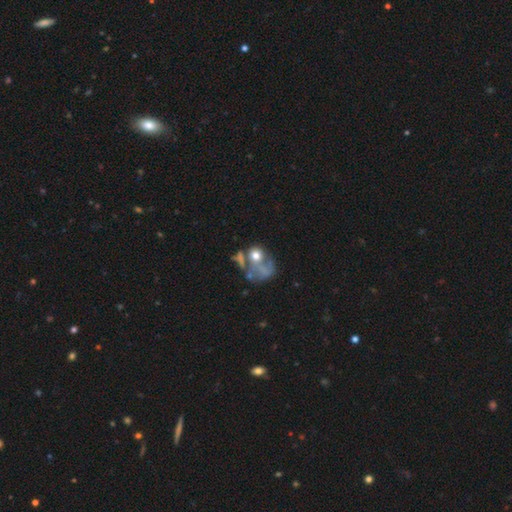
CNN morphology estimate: smooth_or_featured: smooth (p=0.47) [alt: featured or disk p=0.40]
merging: major disturbance (p=0.35) [alt: merger p=0.31]